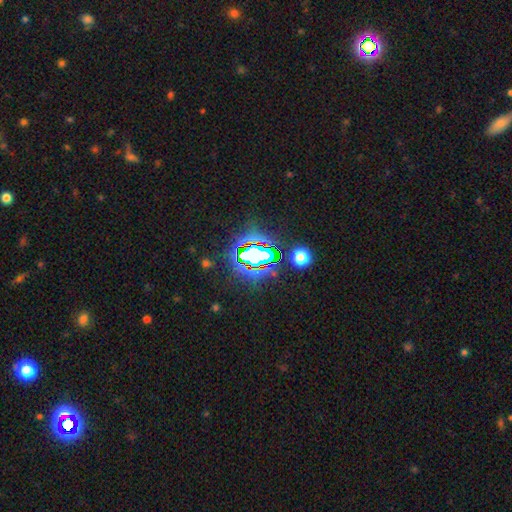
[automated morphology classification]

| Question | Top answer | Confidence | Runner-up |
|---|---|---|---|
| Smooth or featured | star or artifact | 69% | smooth (18%) |